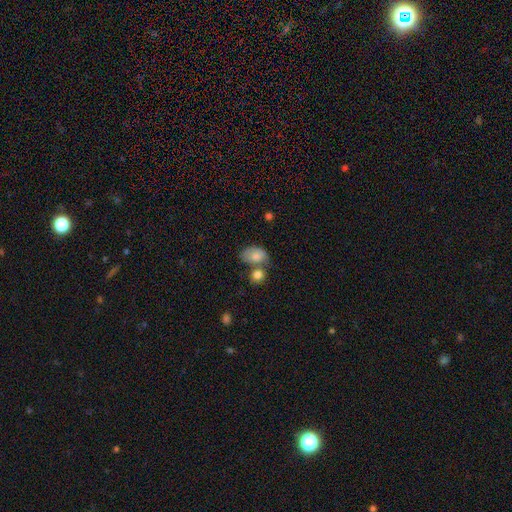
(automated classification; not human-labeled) Overall: smooth (79%). How rounded: in between (83%). Merging: none (36%, tied with merger).